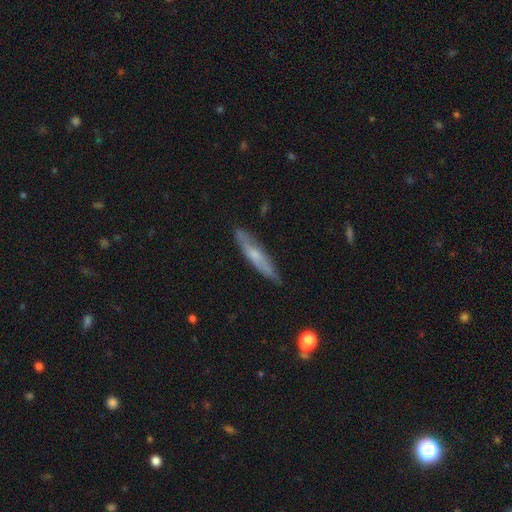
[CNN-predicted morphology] featured or disk 47%, smooth 46%, star or artifact 7%. Down the decision tree: merging — none (78%).